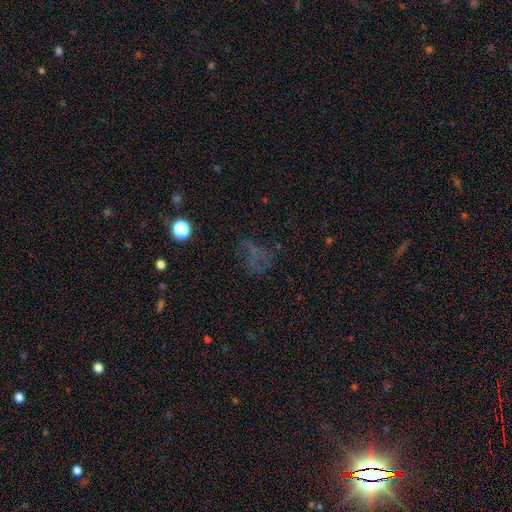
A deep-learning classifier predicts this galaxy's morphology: This is marginally a star or artifact rather than a galaxy (40%).